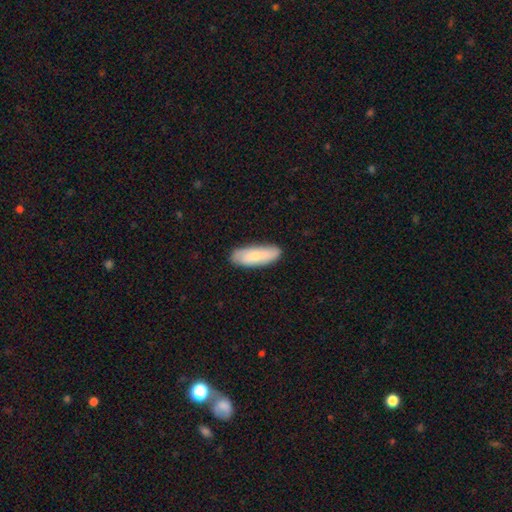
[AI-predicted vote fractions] A smooth galaxy with no disk features (69%) that is in between round and cigar-shaped (65%).

Vote fractions:
- Smooth or featured? smooth: 69% / featured or disk: 26% / star or artifact: 6%
- How rounded? in between: 65% / cigar-shaped: 33% / round: 2%
- Merging? none: 85% / minor disturbance: 12% / major disturbance: 2% / merger: 1%